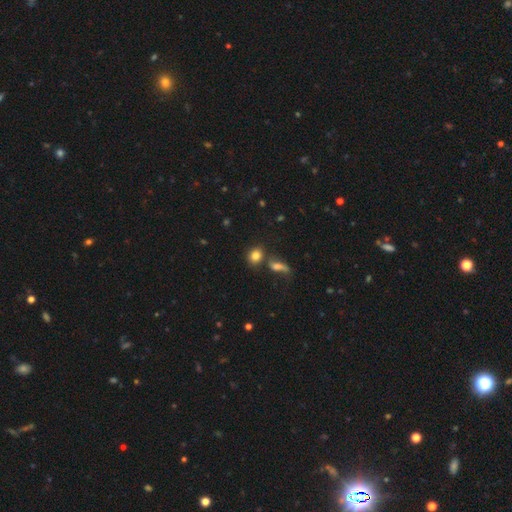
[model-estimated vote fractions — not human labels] Smooth or featured? Predicted: smooth (p=0.80). How rounded? Predicted: round (p=0.60). Merging? Predicted: none (p=0.62).